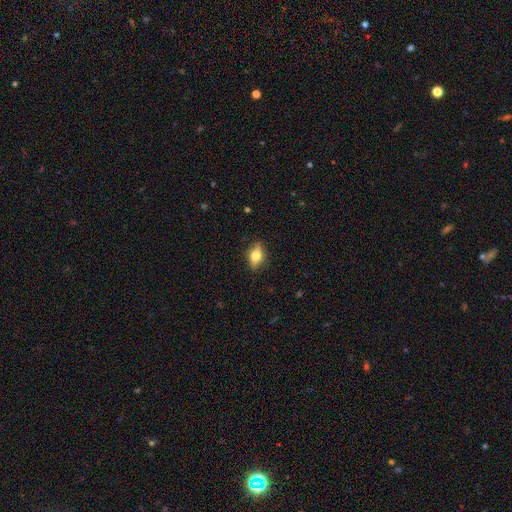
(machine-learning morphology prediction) Q: Smooth or featured?
A: smooth (52%); runner-up: featured or disk (40%)
Q: How rounded?
A: in between (74%); runner-up: round (13%)
Q: Merging?
A: none (83%); runner-up: minor disturbance (13%)